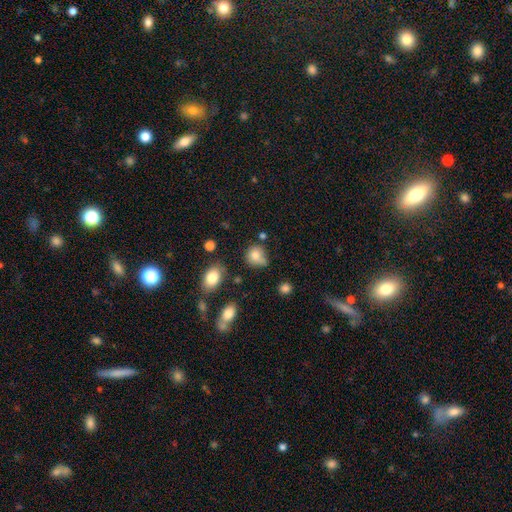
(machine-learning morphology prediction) A smooth galaxy with no disk features (79%) that is round (73%).

Vote fractions:
- Smooth or featured? smooth: 79% / star or artifact: 11% / featured or disk: 10%
- How rounded? round: 73% / in between: 26% / cigar-shaped: 1%
- Merging? none: 52% / minor disturbance: 30% / major disturbance: 9% / merger: 8%